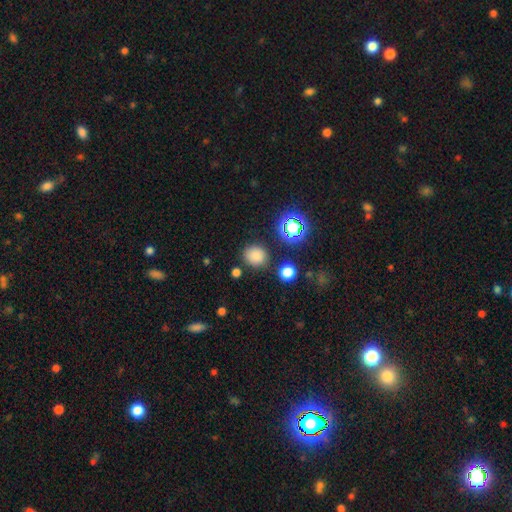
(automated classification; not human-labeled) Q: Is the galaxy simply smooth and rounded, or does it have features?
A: smooth — 78%.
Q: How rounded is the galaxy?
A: round — 80%.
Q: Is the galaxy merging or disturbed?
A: none — 82%.